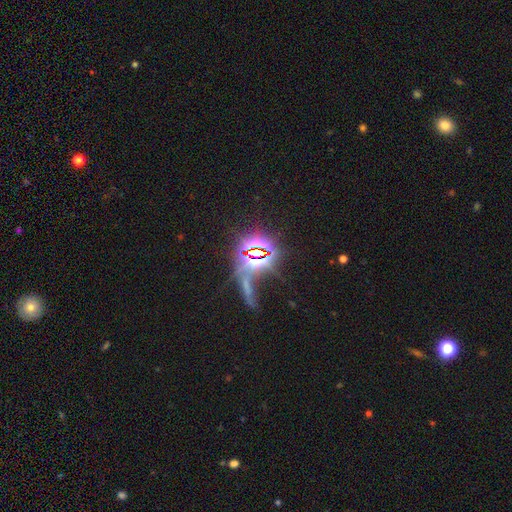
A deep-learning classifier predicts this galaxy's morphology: type=star or artifact (77%).